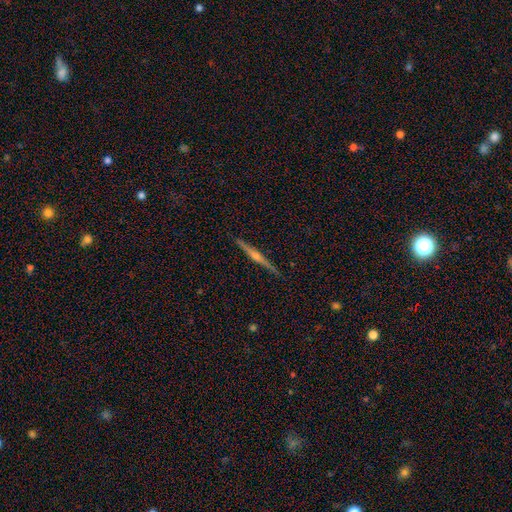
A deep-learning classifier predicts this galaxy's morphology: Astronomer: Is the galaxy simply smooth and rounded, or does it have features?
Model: featured or disk — 83%.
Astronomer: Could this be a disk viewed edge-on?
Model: yes — 99%.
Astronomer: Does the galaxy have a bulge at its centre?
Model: rounded — 87%.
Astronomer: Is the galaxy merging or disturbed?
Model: none — 92%.